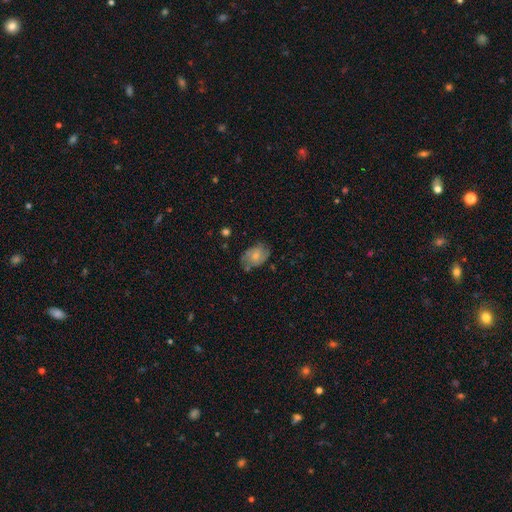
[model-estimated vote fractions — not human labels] smooth 59%, featured or disk 33%, star or artifact 8%. Down the decision tree: how rounded — in between (76%); merging — none (64%).